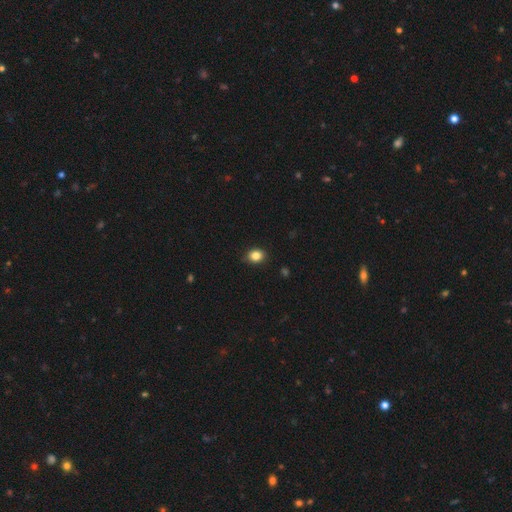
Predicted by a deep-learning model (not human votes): Morphology: type=smooth (85%); roundness=round (54%); merging=none (86%).